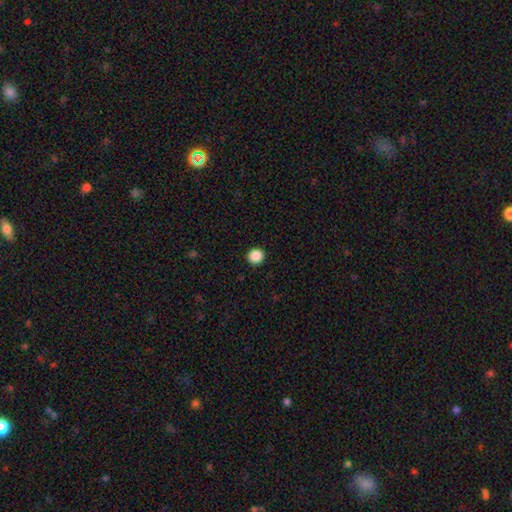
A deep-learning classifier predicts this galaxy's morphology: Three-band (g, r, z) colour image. It shows a smooth galaxy with no disk features (88%) that is round (94%). Merging: none (93%).